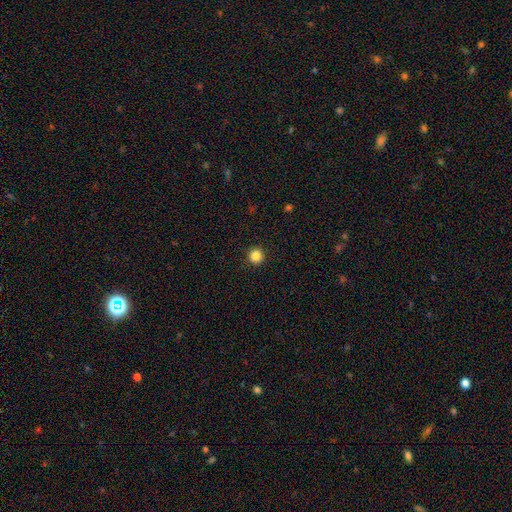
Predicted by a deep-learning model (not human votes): Morphology: type=smooth (86%); roundness=round (94%); merging=none (92%).